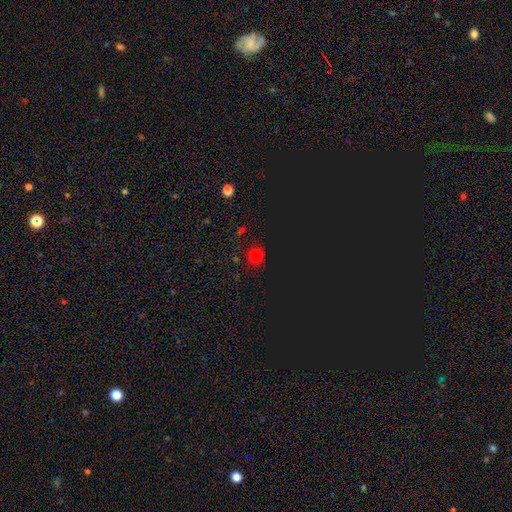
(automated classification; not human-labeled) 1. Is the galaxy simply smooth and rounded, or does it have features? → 61% smooth, 33% star or artifact, 6% featured or disk.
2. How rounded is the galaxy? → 86% round, 13% in between, 1% cigar-shaped.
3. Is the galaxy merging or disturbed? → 83% none, 11% minor disturbance, 4% major disturbance, 3% merger.